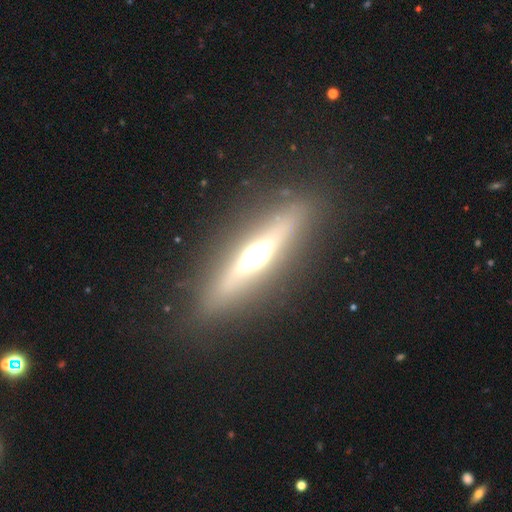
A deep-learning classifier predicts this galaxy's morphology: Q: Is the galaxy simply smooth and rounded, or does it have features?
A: featured or disk — 69%.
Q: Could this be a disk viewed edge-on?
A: yes — 91%.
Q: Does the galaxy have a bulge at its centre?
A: rounded — 92%.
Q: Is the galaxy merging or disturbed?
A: none — 86%.